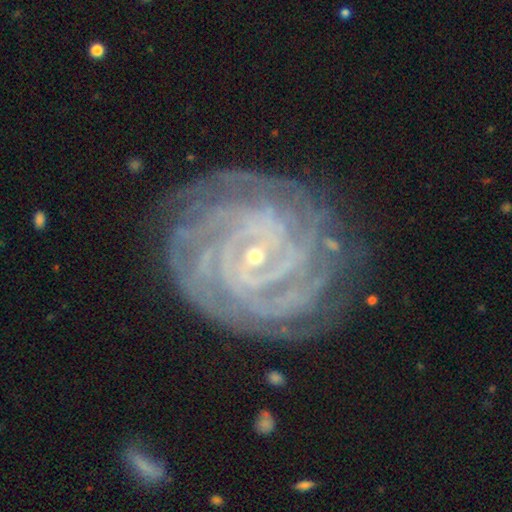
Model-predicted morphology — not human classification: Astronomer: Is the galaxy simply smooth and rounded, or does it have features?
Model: featured or disk — 90%.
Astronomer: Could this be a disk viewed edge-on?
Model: no — 97%.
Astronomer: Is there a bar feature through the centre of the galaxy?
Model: no — 45% (runner-up: weak, 36%).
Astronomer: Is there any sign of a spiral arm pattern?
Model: yes — 98%.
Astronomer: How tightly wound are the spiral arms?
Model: tight — 87%.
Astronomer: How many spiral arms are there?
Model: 4 — 25% (runner-up: more than 4, 22%).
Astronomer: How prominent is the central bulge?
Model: small — 83%.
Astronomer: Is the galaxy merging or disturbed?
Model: none — 81%.